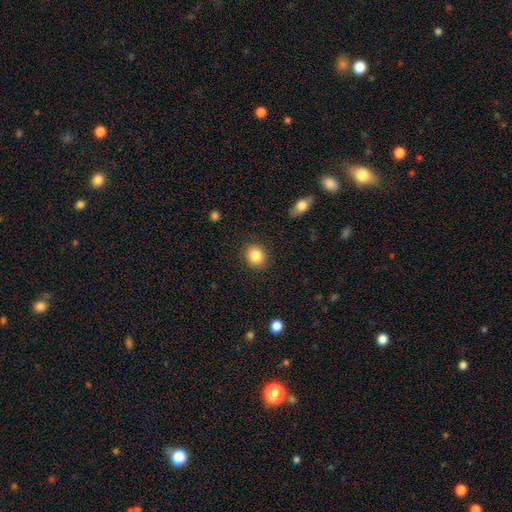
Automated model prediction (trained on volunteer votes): A smooth galaxy with no disk features (85%) that is round (75%).

Vote fractions:
- Smooth or featured? smooth: 85% / star or artifact: 9% / featured or disk: 5%
- How rounded? round: 75% / in between: 25% / cigar-shaped: 1%
- Merging? none: 88% / minor disturbance: 8% / major disturbance: 3% / merger: 1%